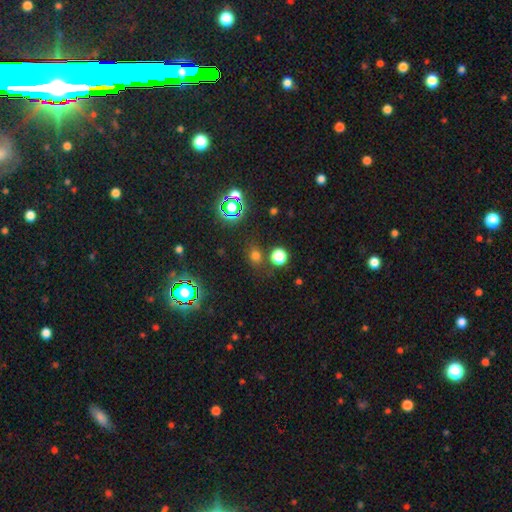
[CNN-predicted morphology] Smooth or featured: smooth — 66% (star or artifact — 28%)
How rounded: round — 70% (in between — 29%)
Merging: none — 76% (minor disturbance — 11%)